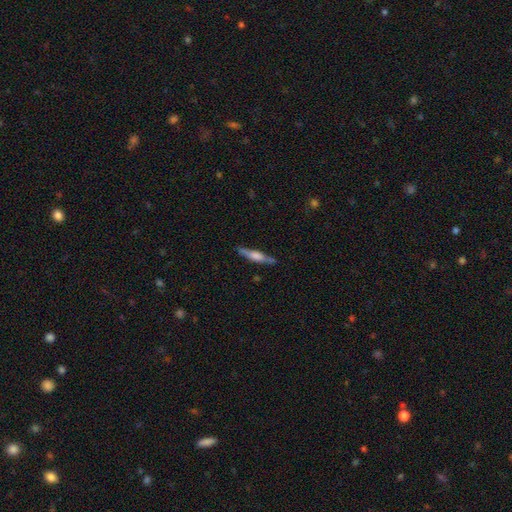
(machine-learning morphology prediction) Q: Smooth or featured?
A: featured or disk (60%); runner-up: smooth (34%)
Q: Edge-on disk?
A: yes (95%); runner-up: no (5%)
Q: Edge-on bulge?
A: rounded (60%); runner-up: boxy (32%)
Q: Merging?
A: none (84%); runner-up: minor disturbance (12%)